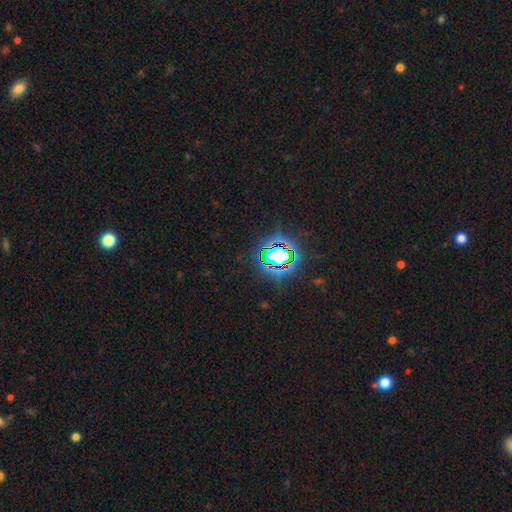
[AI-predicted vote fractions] Overall: star or artifact (80%).